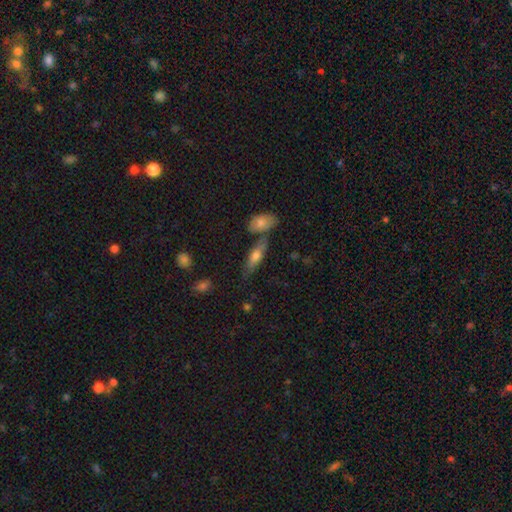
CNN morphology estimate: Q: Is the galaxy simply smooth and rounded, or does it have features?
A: smooth — 61%.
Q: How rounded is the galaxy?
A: in between — 50%.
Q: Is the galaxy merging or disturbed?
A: none — 61%.